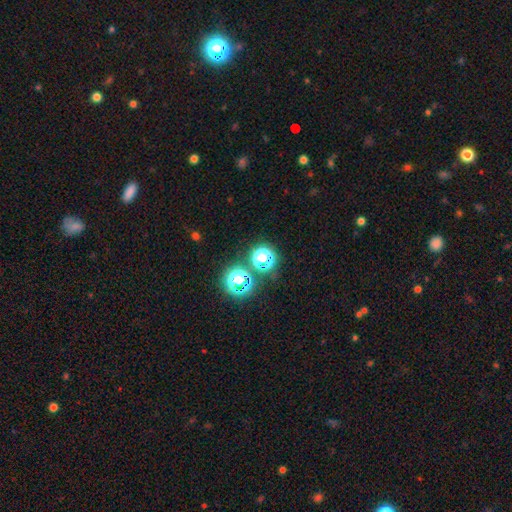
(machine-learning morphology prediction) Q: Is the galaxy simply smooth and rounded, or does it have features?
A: star or artifact — 59%.